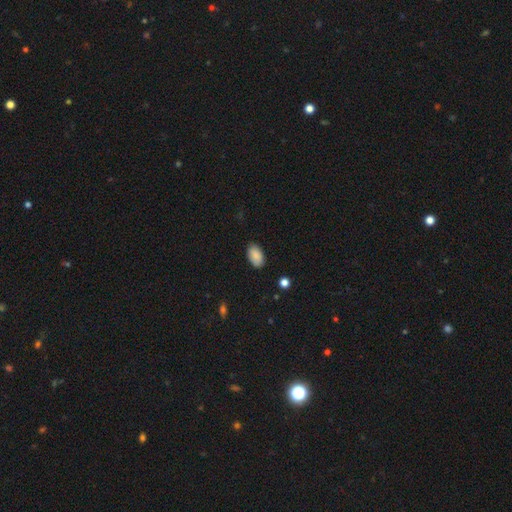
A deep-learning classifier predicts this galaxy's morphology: Smooth or featured? smooth (89%)
How rounded? in between (94%)
Merging? none (86%)